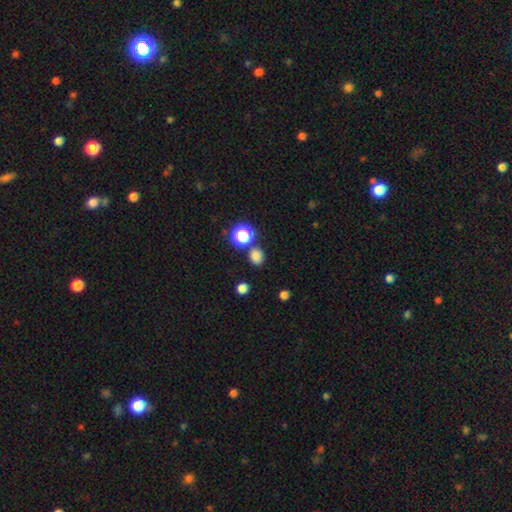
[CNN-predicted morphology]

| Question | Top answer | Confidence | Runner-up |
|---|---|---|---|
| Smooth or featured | smooth | 78% | star or artifact (18%) |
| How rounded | round | 67% | in between (32%) |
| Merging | none | 79% | minor disturbance (10%) |